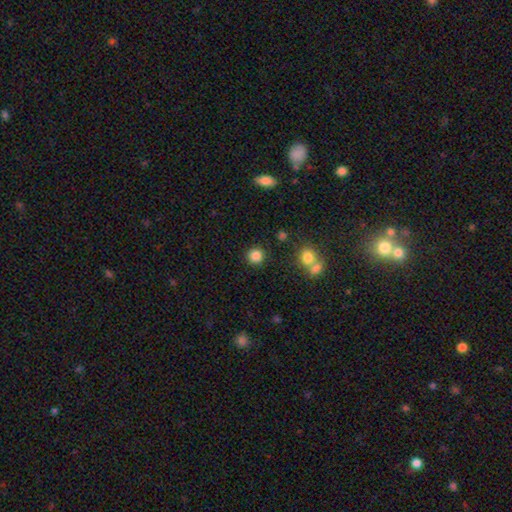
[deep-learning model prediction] A smooth galaxy with no disk features (85%) that is round (92%).

Vote fractions:
- Smooth or featured? smooth: 85% / star or artifact: 11% / featured or disk: 4%
- How rounded? round: 92% / in between: 7% / cigar-shaped: 1%
- Merging? none: 86% / minor disturbance: 7% / merger: 4% / major disturbance: 3%